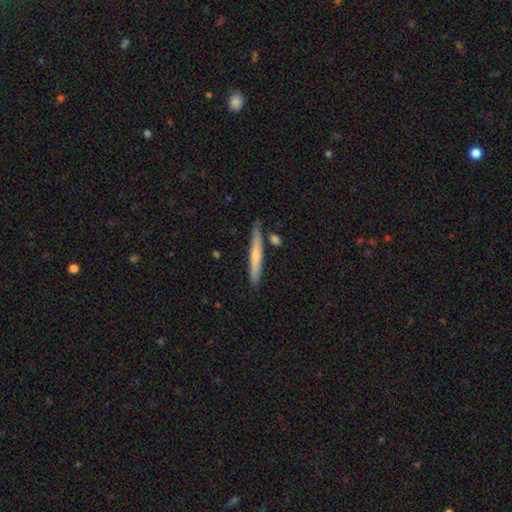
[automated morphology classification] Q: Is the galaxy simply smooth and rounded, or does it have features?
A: smooth — 54%.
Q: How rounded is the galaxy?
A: cigar-shaped — 95%.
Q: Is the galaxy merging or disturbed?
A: none — 82%.